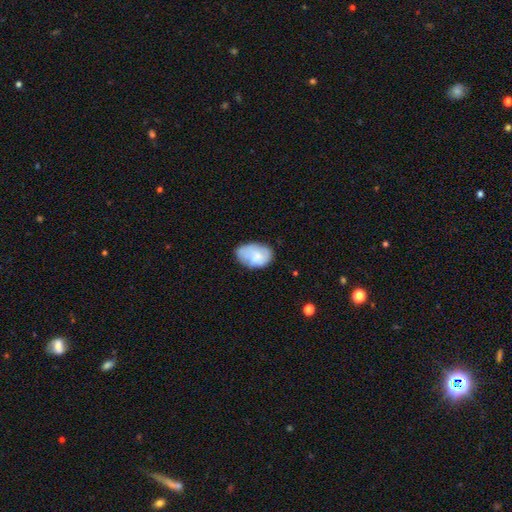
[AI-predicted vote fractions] smooth_or_featured: smooth (p=0.67) [alt: featured or disk p=0.26]
how_rounded: in between (p=0.89) [alt: round p=0.10]
merging: none (p=0.52) [alt: minor disturbance p=0.33]